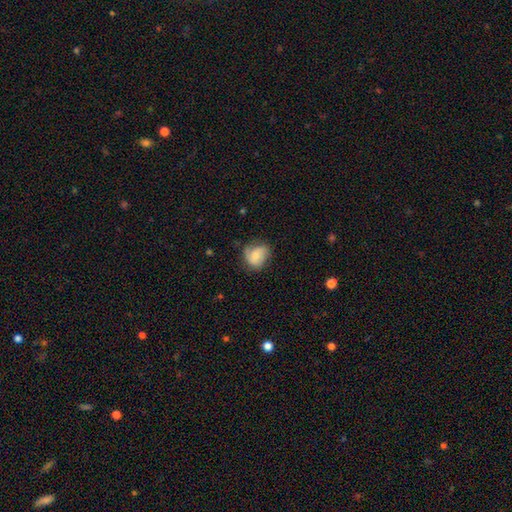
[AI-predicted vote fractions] Smooth or featured?
  - smooth: 55% *
  - featured or disk: 37%
  - star or artifact: 8%
How rounded?
  - round: 62% *
  - in between: 37%
  - cigar-shaped: 1%
Merging?
  - none: 58% *
  - minor disturbance: 30%
  - major disturbance: 11%
  - merger: 1%